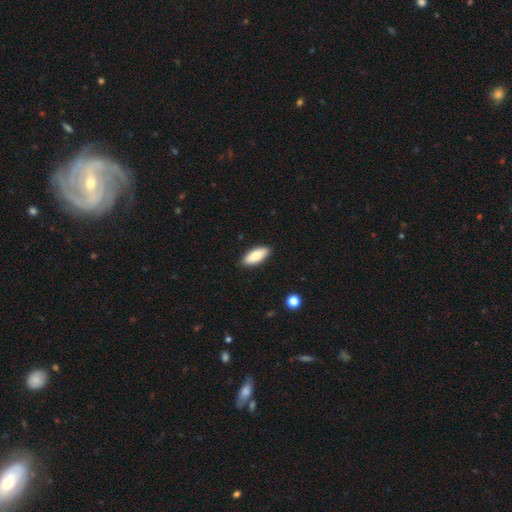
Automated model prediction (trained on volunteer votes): smooth-or-featured: smooth: 81% | featured or disk: 13% | star or artifact: 6%
  how-rounded: in between: 84% | cigar-shaped: 14% | round: 2%
  merging: none: 88% | minor disturbance: 9% | major disturbance: 2% | merger: 1%